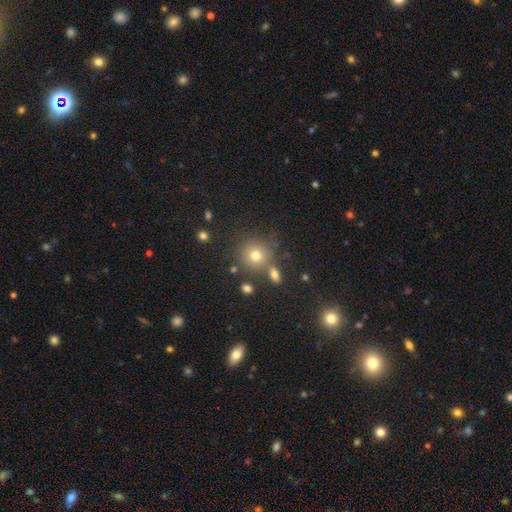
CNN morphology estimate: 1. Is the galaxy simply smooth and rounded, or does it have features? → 72% smooth, 18% star or artifact, 10% featured or disk.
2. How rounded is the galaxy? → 91% round, 8% in between, 1% cigar-shaped.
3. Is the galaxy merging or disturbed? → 74% none, 12% merger, 10% minor disturbance, 4% major disturbance.